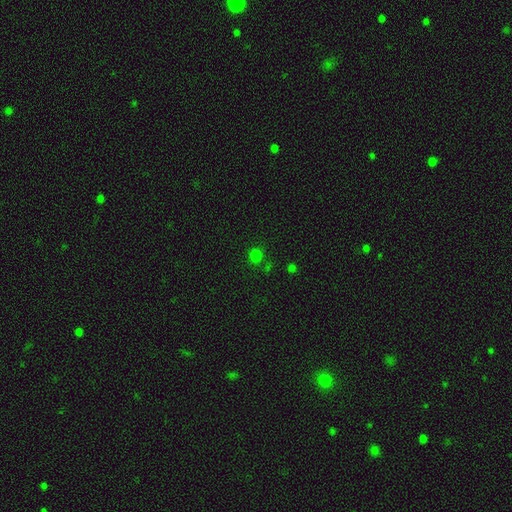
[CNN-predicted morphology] smooth 71%, star or artifact 24%, featured or disk 4%. Down the decision tree: how rounded — round (87%); merging — none (81%).